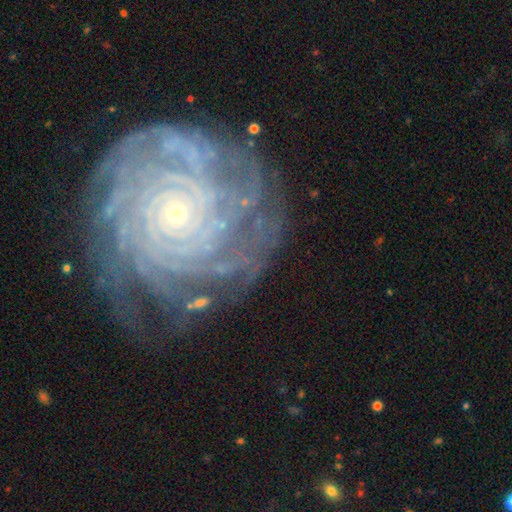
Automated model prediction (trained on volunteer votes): featured or disk 87%, star or artifact 7%, smooth 6%. Down the decision tree: edge-on disk — no (97%); bar — no (82%); spiral arms — yes (97%); spiral arm count — more than 4 (33%); spiral winding — tight (84%); bulge size — small (84%); merging — none (76%).